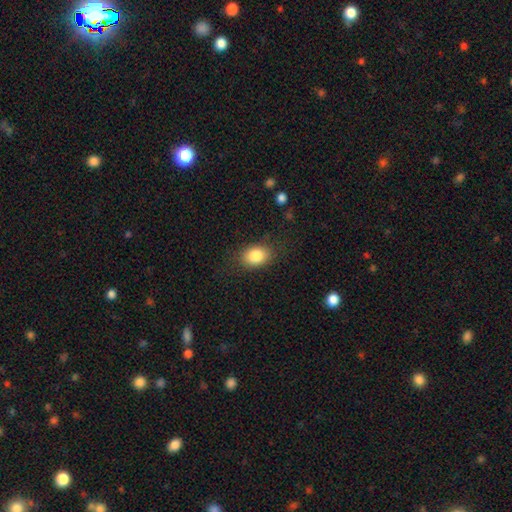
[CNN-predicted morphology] type=smooth (85%); roundness=in between (75%); merging=none (82%).